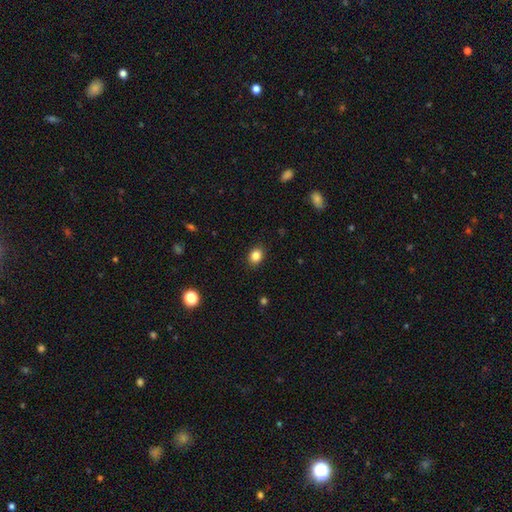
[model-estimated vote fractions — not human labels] A smooth galaxy with no disk features (85%) that is in between round and cigar-shaped (54%). Merging: none (89%).